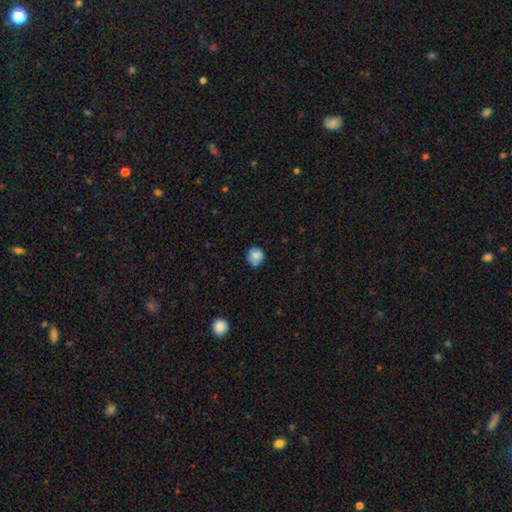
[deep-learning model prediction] A smooth galaxy with no disk features (79%) that is round (85%).

Vote fractions:
- Smooth or featured? smooth: 79% / featured or disk: 13% / star or artifact: 9%
- How rounded? round: 85% / in between: 14% / cigar-shaped: 1%
- Merging? none: 67% / minor disturbance: 22% / merger: 7% / major disturbance: 4%